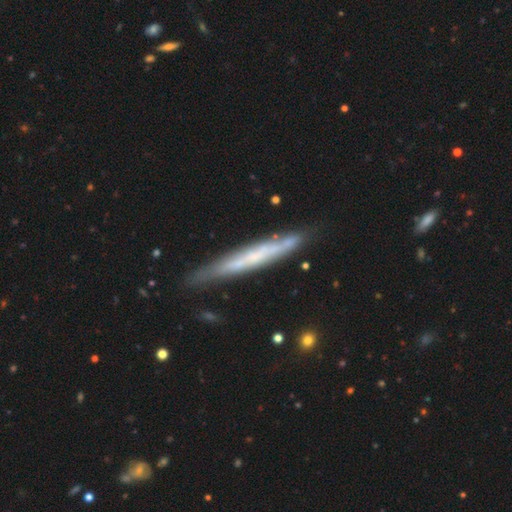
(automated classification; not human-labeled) smooth_or_featured: featured or disk (p=0.61) [alt: smooth p=0.32]
disk_edge_on: yes (p=0.86) [alt: no p=0.14]
edge_on_bulge: none (p=0.77) [alt: rounded p=0.15]
merging: none (p=0.78) [alt: minor disturbance p=0.17]